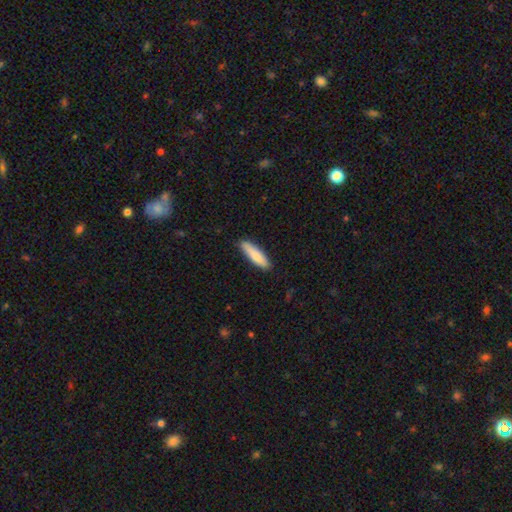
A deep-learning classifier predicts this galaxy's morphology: Smooth or featured? smooth (81%)
How rounded? cigar-shaped (70%)
Merging? none (87%)